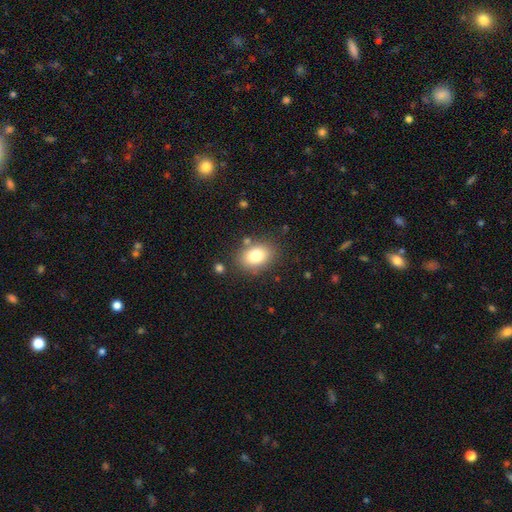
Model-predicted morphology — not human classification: This is likely a smooth galaxy (80%). How rounded: likely in between (75%). Merging: clearly none (81%).